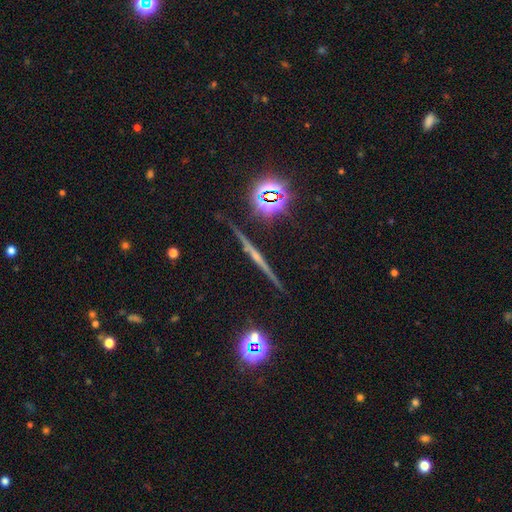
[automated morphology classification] Overall: featured or disk (63%). Edge-on disk: yes (97%). Edge-on bulge: rounded (47%; none 42%). Merging: none (88%).